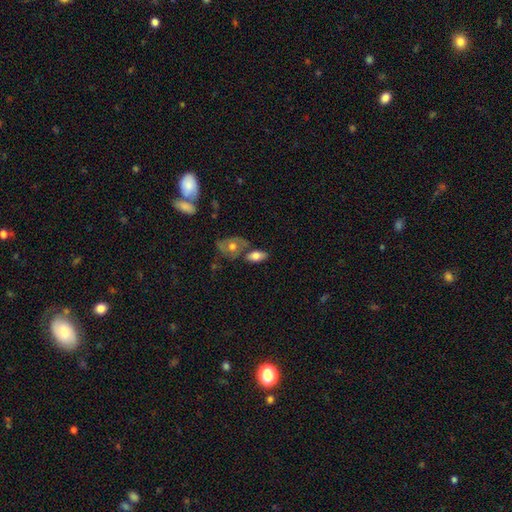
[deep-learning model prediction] smooth-or-featured: smooth: 72% | featured or disk: 21% | star or artifact: 7%
  how-rounded: in between: 89% | round: 6% | cigar-shaped: 5%
  merging: none: 53% | merger: 27% | minor disturbance: 15% | major disturbance: 5%